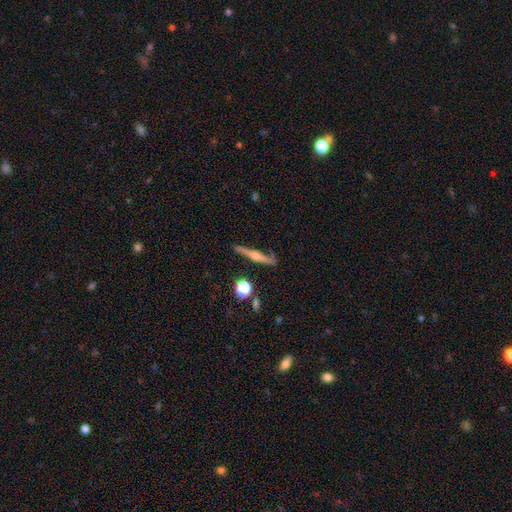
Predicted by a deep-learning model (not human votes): featured or disk 72%, smooth 20%, star or artifact 7%. Down the decision tree: edge-on disk — yes (95%); edge-on bulge — rounded (83%); merging — none (82%).